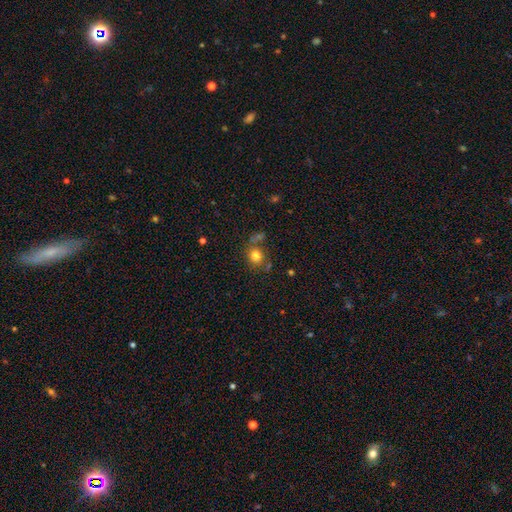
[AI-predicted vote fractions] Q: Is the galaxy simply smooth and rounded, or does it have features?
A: smooth — 79%.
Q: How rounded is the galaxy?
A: round — 77%.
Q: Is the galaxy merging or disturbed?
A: none — 66%.